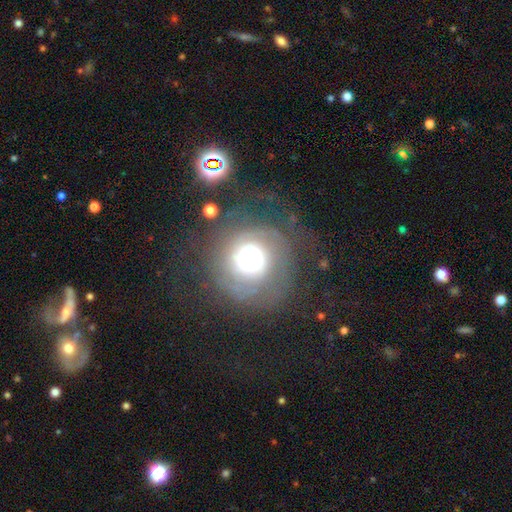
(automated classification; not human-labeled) A featured or disk galaxy (51%). Merging: none (54%).